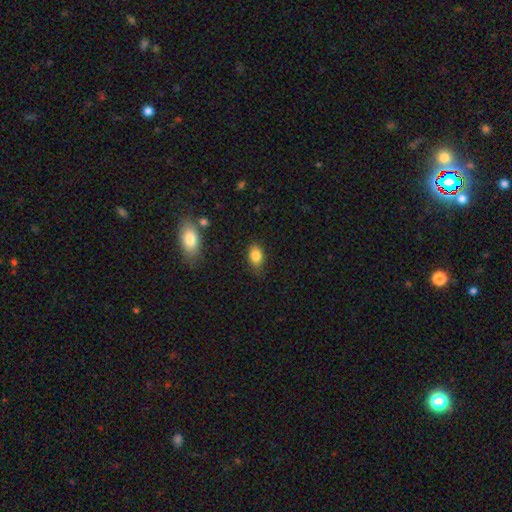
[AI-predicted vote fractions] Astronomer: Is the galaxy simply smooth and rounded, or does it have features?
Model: smooth — 84%.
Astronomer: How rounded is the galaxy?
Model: in between — 85%.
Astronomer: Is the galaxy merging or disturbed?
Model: none — 78%.